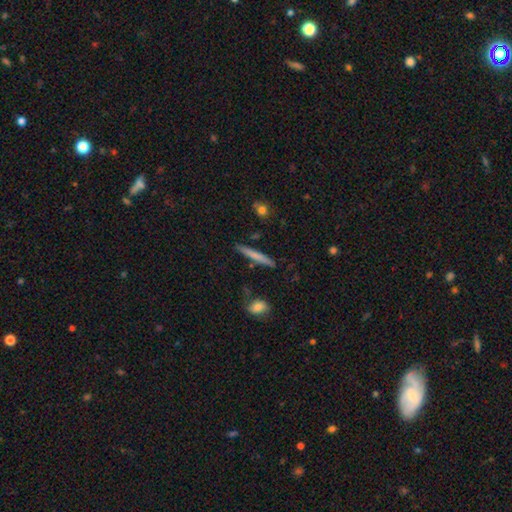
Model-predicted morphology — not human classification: Overall: smooth (66%; featured or disk 29%). How rounded: cigar-shaped (95%). Merging: none (87%).